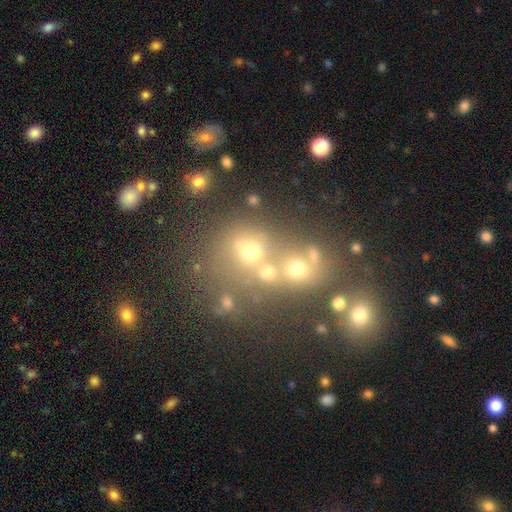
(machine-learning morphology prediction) Overall: smooth (53%; star or artifact 30%). How rounded: round (75%). Merging: none (47%; merger 38%).